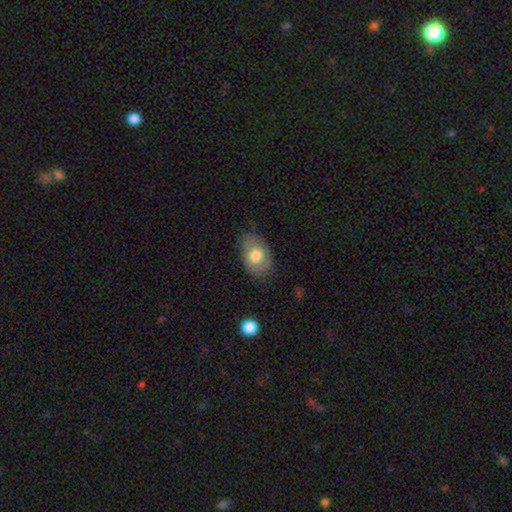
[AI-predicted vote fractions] This is likely a smooth galaxy (73%). How rounded: clearly in between (84%). Merging: likely none (75%).